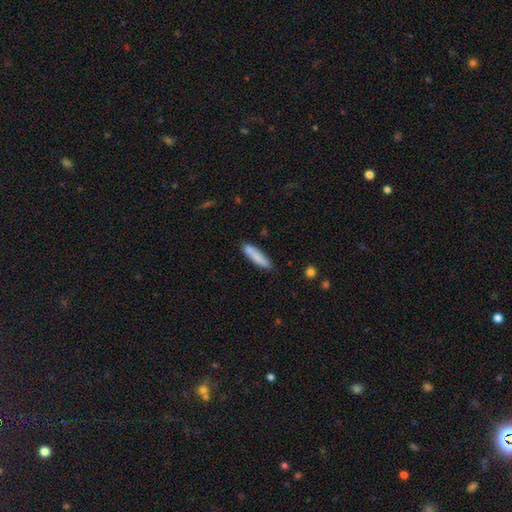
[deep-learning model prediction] smooth 80%, featured or disk 13%, star or artifact 6%. Down the decision tree: how rounded — cigar-shaped (79%); merging — none (76%).